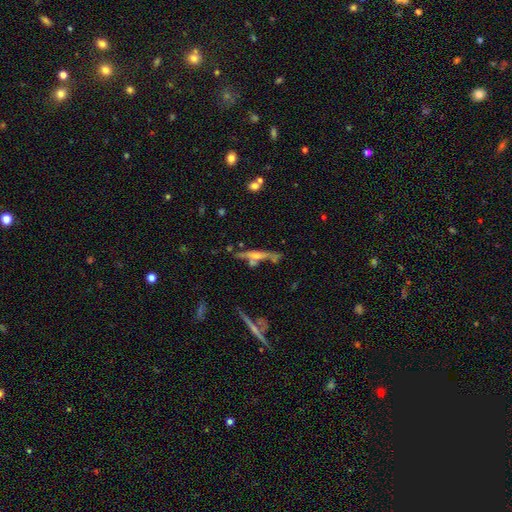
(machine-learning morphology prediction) Smooth or featured? Predicted: featured or disk (p=0.64). Edge-on disk? Predicted: yes (p=0.90). Edge-on bulge? Predicted: rounded (p=0.72). Merging? Predicted: none (p=0.58).